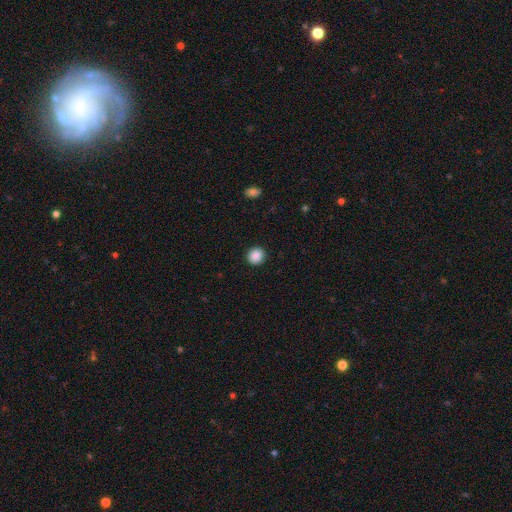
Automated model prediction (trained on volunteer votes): Smooth or featured: smooth — 89% (star or artifact — 9%)
How rounded: round — 89% (in between — 10%)
Merging: none — 92% (minor disturbance — 5%)